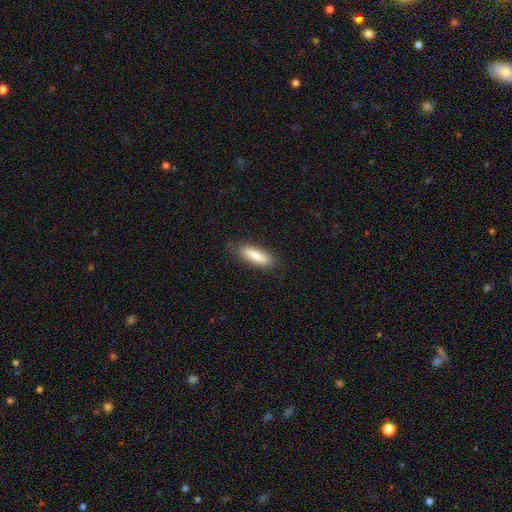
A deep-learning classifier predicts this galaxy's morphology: This is clearly a smooth galaxy (83%). How rounded: possibly in between (50%). Merging: clearly none (84%).